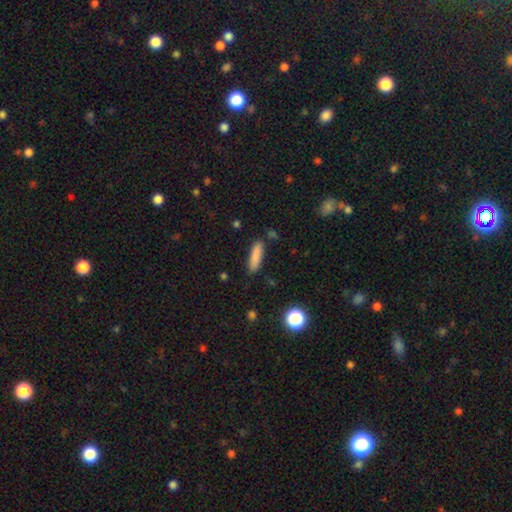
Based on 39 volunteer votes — Morphology: type=smooth (87%); roundness=cigar-shaped (76%); merging=none (76%).